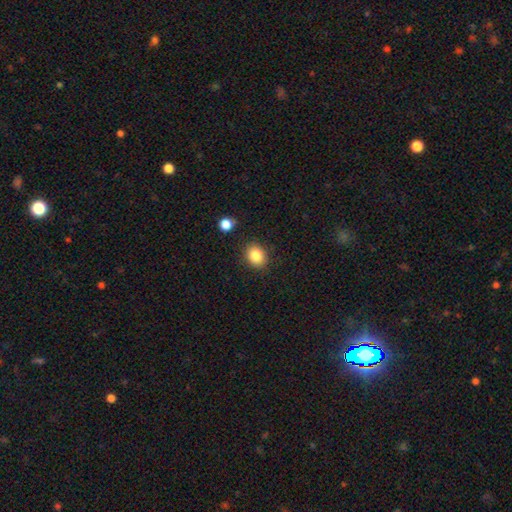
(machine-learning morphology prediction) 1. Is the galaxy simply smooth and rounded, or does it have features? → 84% smooth, 10% star or artifact, 6% featured or disk.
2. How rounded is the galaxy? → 57% round, 42% in between, 1% cigar-shaped.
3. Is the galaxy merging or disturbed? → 87% none, 9% minor disturbance, 2% major disturbance, 2% merger.